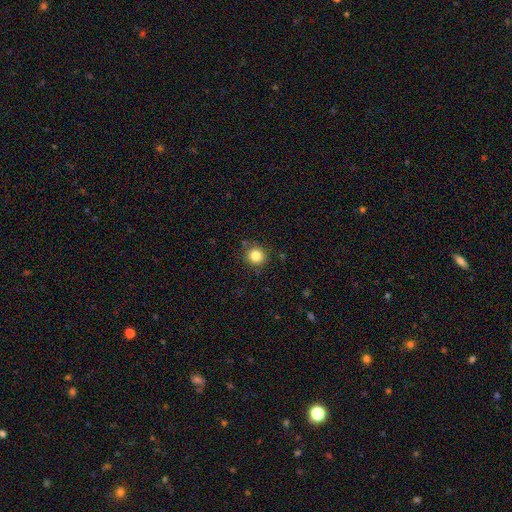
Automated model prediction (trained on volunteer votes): A smooth galaxy with no disk features (83%) that is round (92%).

Vote fractions:
- Smooth or featured? smooth: 83% / star or artifact: 12% / featured or disk: 5%
- How rounded? round: 92% / in between: 7% / cigar-shaped: 1%
- Merging? none: 87% / minor disturbance: 8% / major disturbance: 2% / merger: 2%